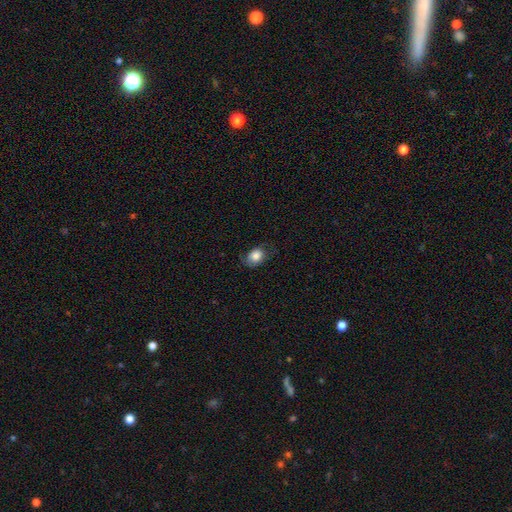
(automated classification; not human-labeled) Q: Smooth or featured?
A: smooth (82%); runner-up: featured or disk (10%)
Q: How rounded?
A: in between (61%); runner-up: round (38%)
Q: Merging?
A: none (65%); runner-up: minor disturbance (25%)